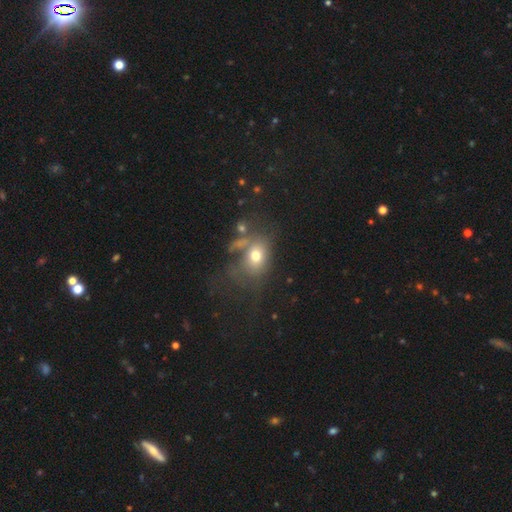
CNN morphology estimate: Smooth or featured? smooth (67%)
How rounded? in between (59%)
Merging? major disturbance (34%)